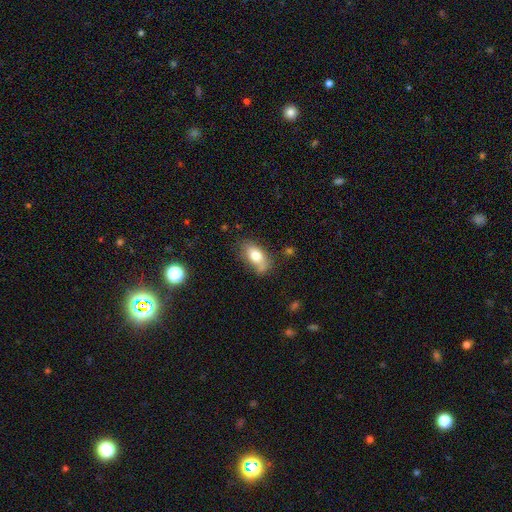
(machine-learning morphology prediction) Smooth or featured? Predicted: smooth (p=0.76). How rounded? Predicted: in between (p=0.89). Merging? Predicted: none (p=0.58).